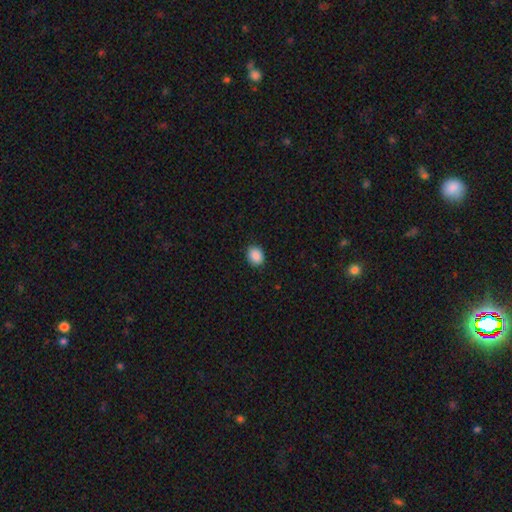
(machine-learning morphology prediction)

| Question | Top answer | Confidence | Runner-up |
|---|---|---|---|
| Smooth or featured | smooth | 89% | star or artifact (8%) |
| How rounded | round | 53% | in between (46%) |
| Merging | none | 88% | minor disturbance (9%) |